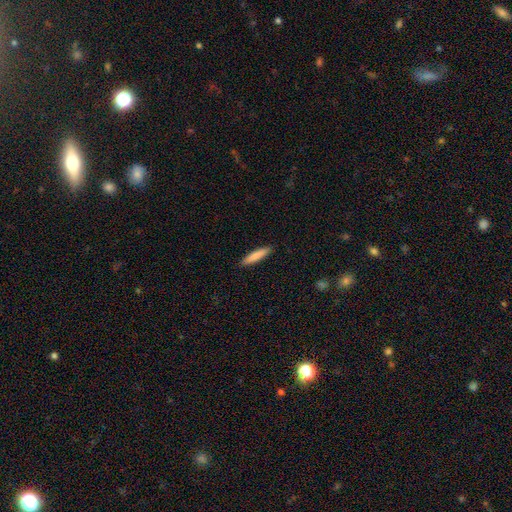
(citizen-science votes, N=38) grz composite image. It shows a smooth galaxy with no disk features (76%) that is cigar-shaped (79%). Merging: none (92%).